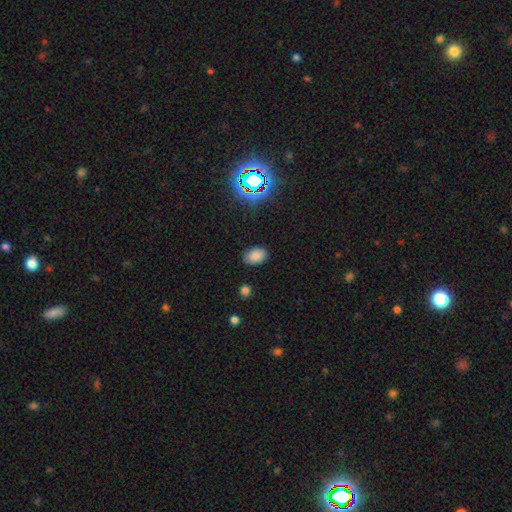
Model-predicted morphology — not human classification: smooth-or-featured: smooth: 79% | star or artifact: 15% | featured or disk: 6%
  how-rounded: in between: 88% | round: 11% | cigar-shaped: 1%
  merging: none: 86% | minor disturbance: 10% | major disturbance: 3% | merger: 1%